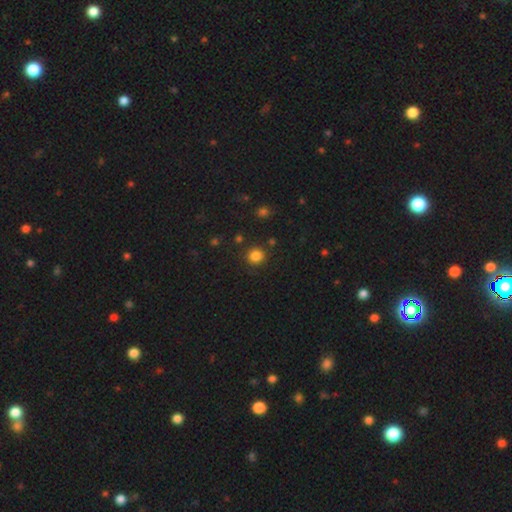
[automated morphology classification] smooth_or_featured: smooth (p=0.83) [alt: star or artifact p=0.13]
how_rounded: round (p=0.88) [alt: in between p=0.11]
merging: none (p=0.86) [alt: minor disturbance p=0.08]